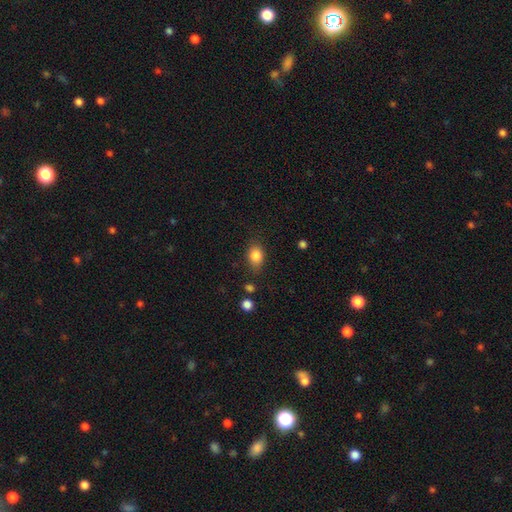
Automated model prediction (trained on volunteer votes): Morphology: type=smooth (85%); roundness=in between (68%); merging=none (77%).